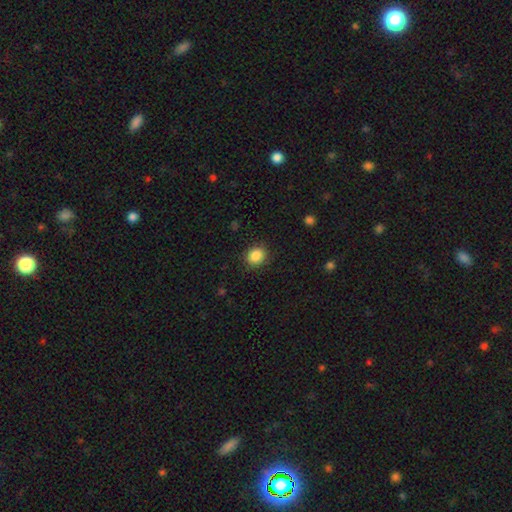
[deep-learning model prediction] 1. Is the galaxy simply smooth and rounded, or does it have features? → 86% smooth, 10% star or artifact, 4% featured or disk.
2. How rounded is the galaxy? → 72% round, 27% in between, 1% cigar-shaped.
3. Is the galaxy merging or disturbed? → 87% none, 9% minor disturbance, 3% major disturbance, 1% merger.